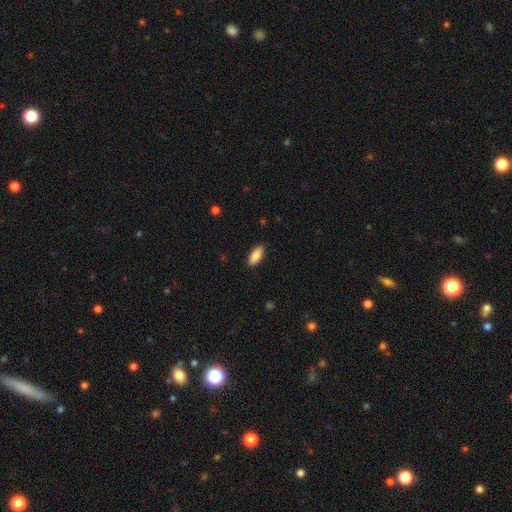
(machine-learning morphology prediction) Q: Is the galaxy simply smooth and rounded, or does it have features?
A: smooth — 84%.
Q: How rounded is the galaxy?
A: in between — 81%.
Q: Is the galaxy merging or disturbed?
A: none — 87%.